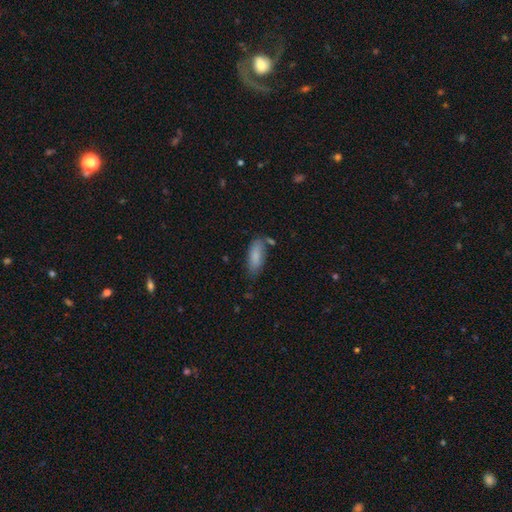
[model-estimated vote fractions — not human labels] A smooth galaxy with no disk features (85%) that is in between round and cigar-shaped (77%). Merging: none (67%).